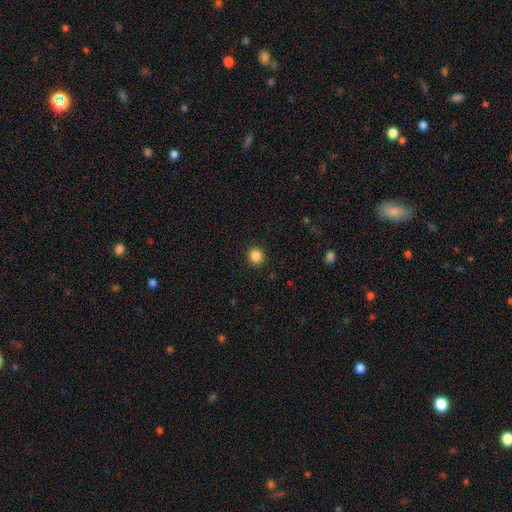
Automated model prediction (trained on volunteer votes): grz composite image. It shows a smooth galaxy with no disk features (86%) that is round (81%). Merging: none (91%).